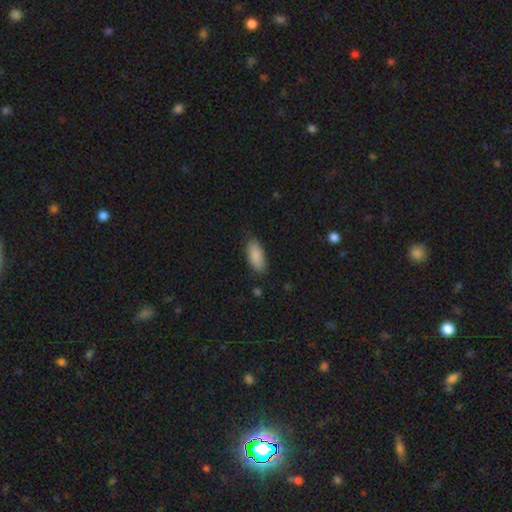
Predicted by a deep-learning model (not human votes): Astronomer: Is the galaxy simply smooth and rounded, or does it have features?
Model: smooth — 88%.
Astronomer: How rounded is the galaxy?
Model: in between — 87%.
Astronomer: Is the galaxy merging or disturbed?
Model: none — 81%.